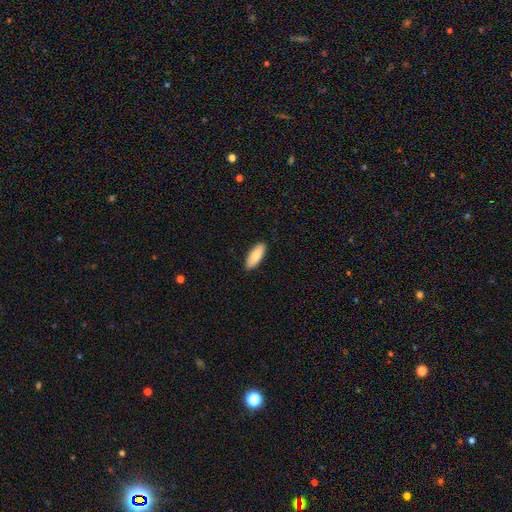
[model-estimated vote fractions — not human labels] Morphology: type=smooth (85%); roundness=in between (75%); merging=none (90%).